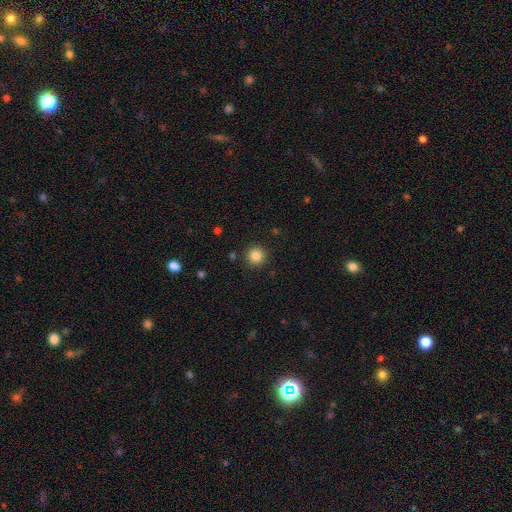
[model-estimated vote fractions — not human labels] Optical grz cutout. It shows a smooth galaxy with no disk features (84%) that is round (96%). Merging: none (91%).